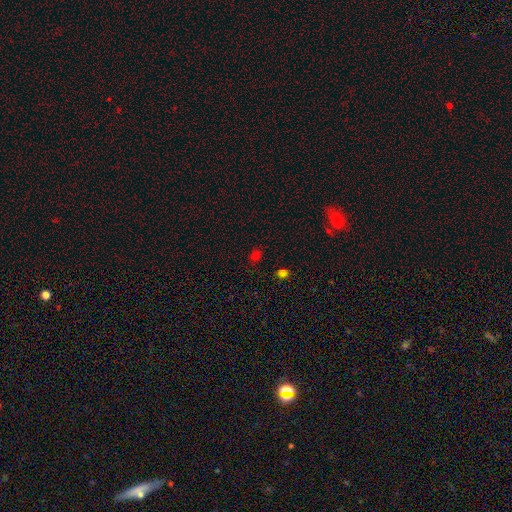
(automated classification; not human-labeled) The model was most divided on "how rounded": in between: 57%, round: 41%, cigar-shaped: 2%. More confident: merging — none (79%); smooth or featured — smooth (66%).